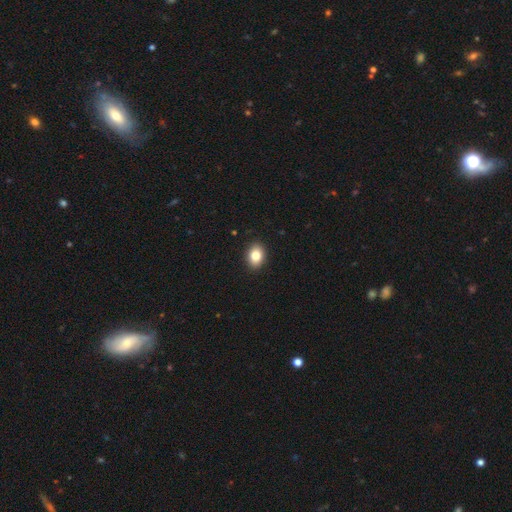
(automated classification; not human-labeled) The model was most divided on "how rounded": in between: 71%, round: 27%, cigar-shaped: 1%. More confident: merging — none (91%); smooth or featured — smooth (83%).